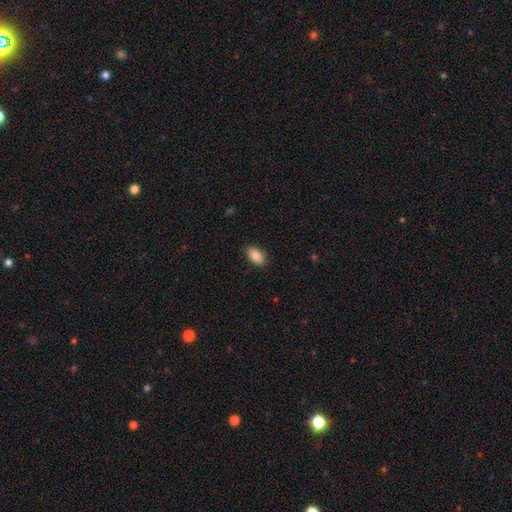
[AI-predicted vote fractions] Q: Smooth or featured?
A: smooth (86%); runner-up: star or artifact (7%)
Q: How rounded?
A: in between (92%); runner-up: round (5%)
Q: Merging?
A: none (87%); runner-up: minor disturbance (10%)